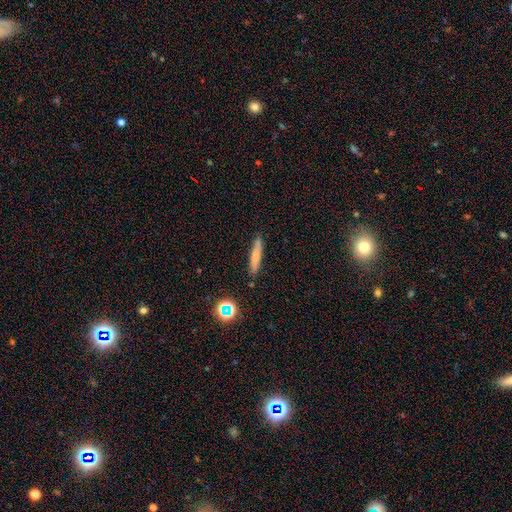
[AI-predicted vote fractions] smooth_or_featured: smooth (p=0.70) [alt: featured or disk p=0.19]
how_rounded: cigar-shaped (p=0.90) [alt: in between p=0.08]
merging: none (p=0.84) [alt: minor disturbance p=0.11]